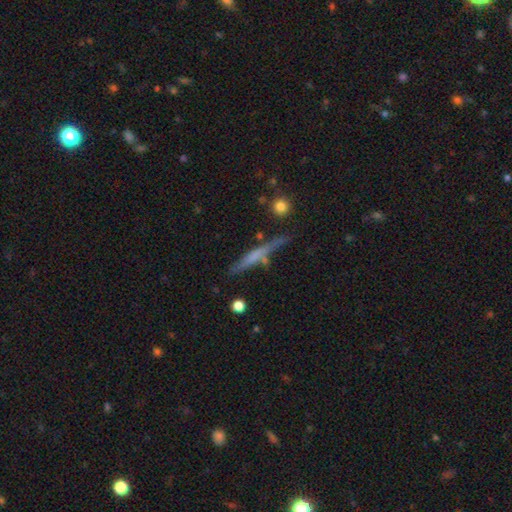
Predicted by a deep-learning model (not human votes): Smooth or featured? featured or disk (49%)
Merging? none (71%)